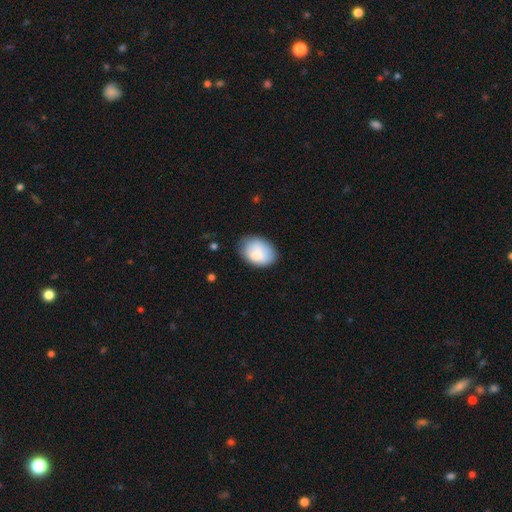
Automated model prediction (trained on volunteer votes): smooth-or-featured: smooth: 82% | featured or disk: 11% | star or artifact: 7%
  how-rounded: in between: 76% | round: 23% | cigar-shaped: 1%
  merging: none: 71% | minor disturbance: 21% | major disturbance: 5% | merger: 3%